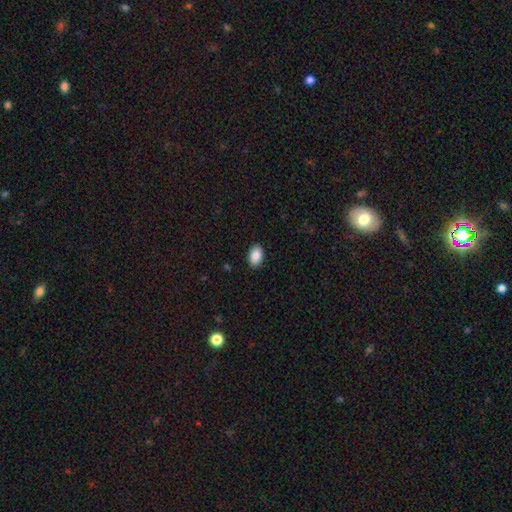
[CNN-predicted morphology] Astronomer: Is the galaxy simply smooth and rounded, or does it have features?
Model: smooth — 90%.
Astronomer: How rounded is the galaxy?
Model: in between — 90%.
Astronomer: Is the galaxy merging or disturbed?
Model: none — 90%.